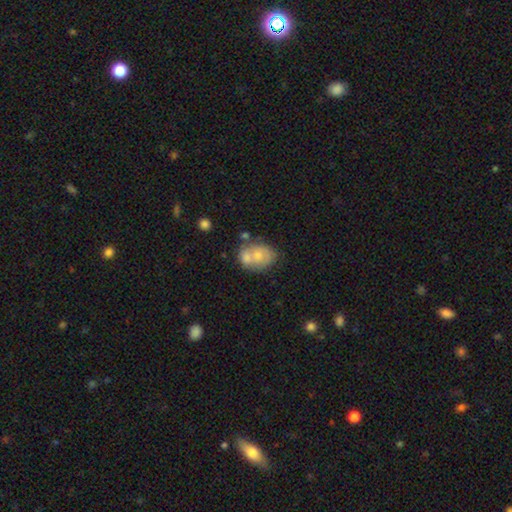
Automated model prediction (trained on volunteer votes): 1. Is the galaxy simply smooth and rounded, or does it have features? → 63% smooth, 29% featured or disk, 8% star or artifact.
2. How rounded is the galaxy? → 60% in between, 39% round, 1% cigar-shaped.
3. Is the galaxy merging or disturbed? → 45% merger, 36% none, 14% minor disturbance, 5% major disturbance.